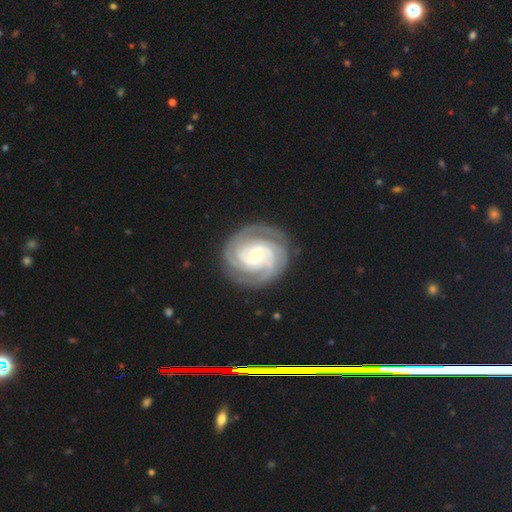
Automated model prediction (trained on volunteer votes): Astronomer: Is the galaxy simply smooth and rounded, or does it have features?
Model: featured or disk — 93%.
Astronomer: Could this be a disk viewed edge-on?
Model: no — 98%.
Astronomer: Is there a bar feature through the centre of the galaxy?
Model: no — 63%.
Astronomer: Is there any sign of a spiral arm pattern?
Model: yes — 99%.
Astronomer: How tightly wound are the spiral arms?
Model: tight — 78%.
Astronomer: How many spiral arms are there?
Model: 3 — 39% (runner-up: 2, 27%).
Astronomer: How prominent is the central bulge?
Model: moderate — 48%, tied with small at 48%.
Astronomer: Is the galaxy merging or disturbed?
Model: none — 84%.